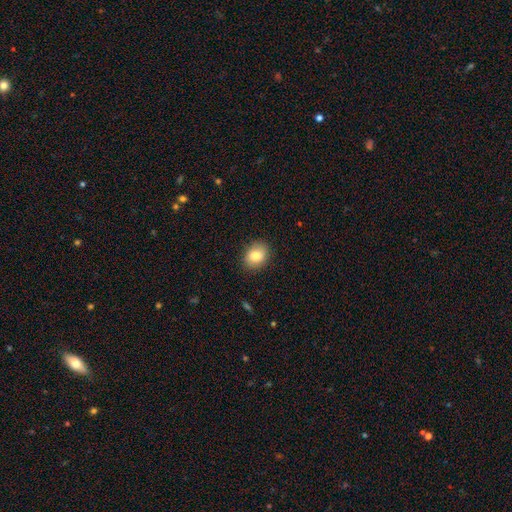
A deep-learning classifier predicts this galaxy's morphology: This appears to be a smooth galaxy with no disk features (83%) that is in between round and cigar-shaped (59%). Merging: none (88%).